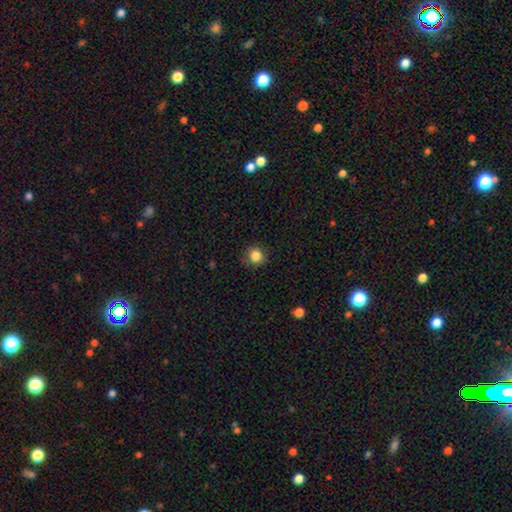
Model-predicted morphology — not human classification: Smooth or featured? Predicted: smooth (p=0.85). How rounded? Predicted: round (p=0.88). Merging? Predicted: none (p=0.85).